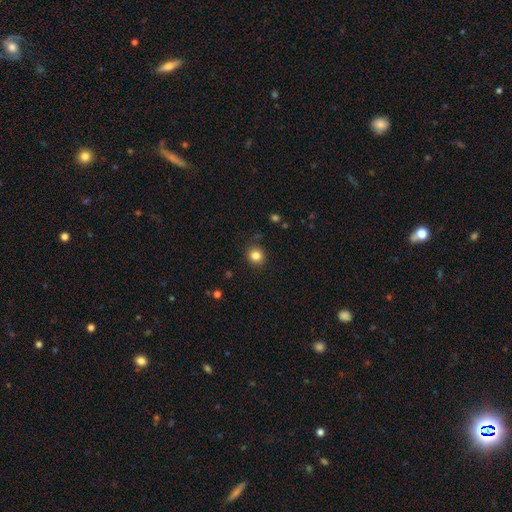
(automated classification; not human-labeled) This appears to be a smooth galaxy with no disk features (83%) that is round (86%). Merging: none (88%).